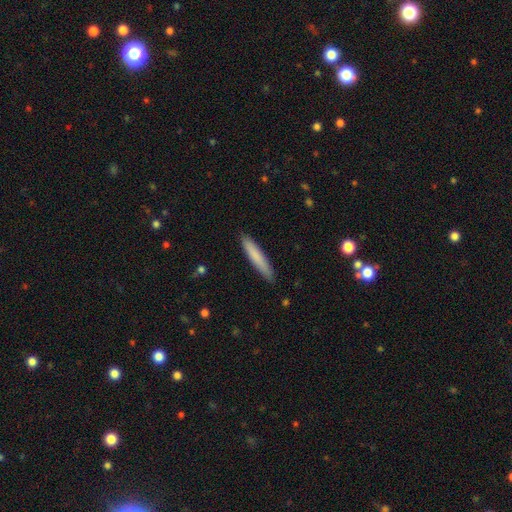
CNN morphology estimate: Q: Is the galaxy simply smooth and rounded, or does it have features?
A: smooth — 79%.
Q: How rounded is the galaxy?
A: cigar-shaped — 92%.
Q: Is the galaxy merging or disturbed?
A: none — 88%.